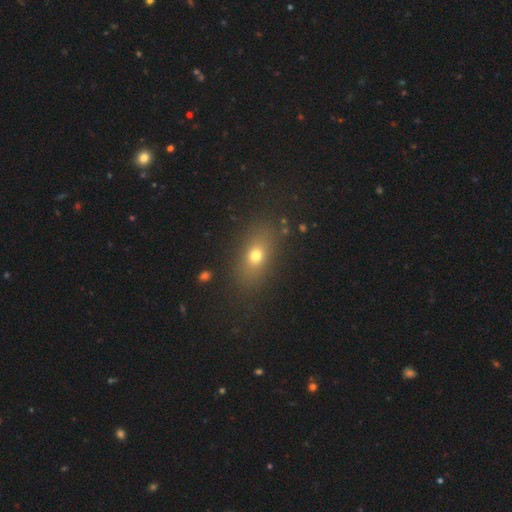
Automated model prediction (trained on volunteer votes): This is likely a smooth galaxy (69%). How rounded: likely in between (69%). Merging: clearly none (83%).